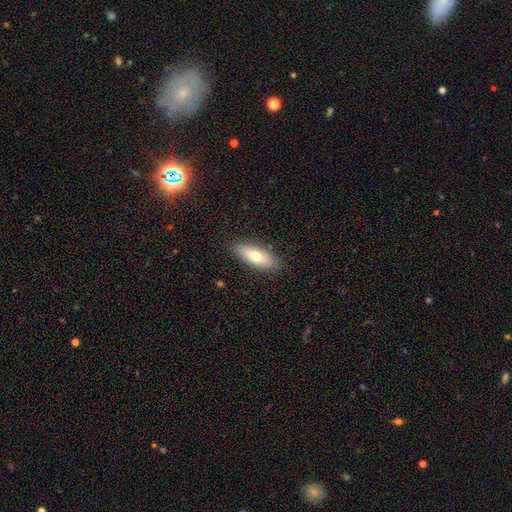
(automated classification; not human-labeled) A smooth galaxy with no disk features (69%) that is in between round and cigar-shaped (71%). Merging: none (87%).